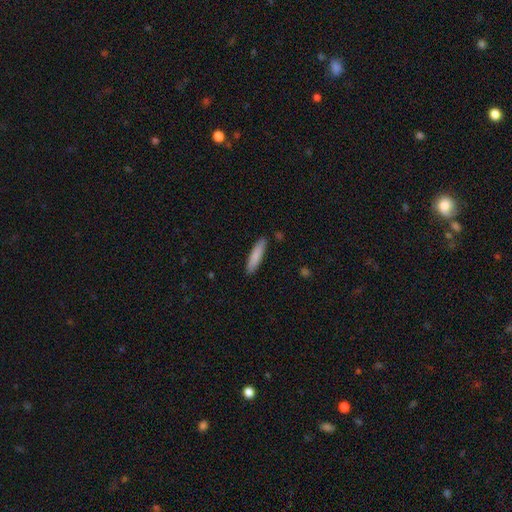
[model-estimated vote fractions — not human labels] This appears to be a smooth galaxy with no disk features (84%) that is cigar-shaped (83%). Merging: none (88%).